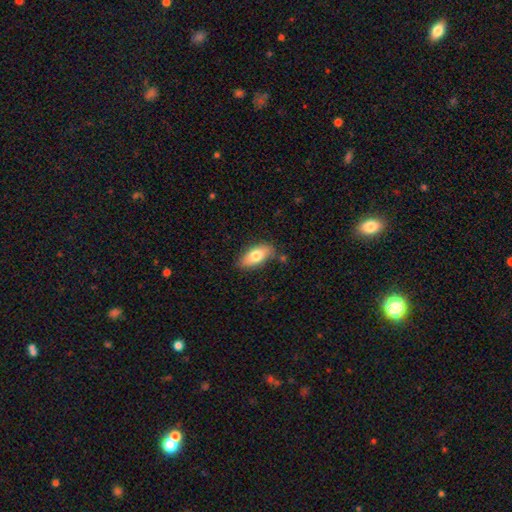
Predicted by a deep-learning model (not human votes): Smooth or featured? smooth (74%)
How rounded? in between (86%)
Merging? none (79%)